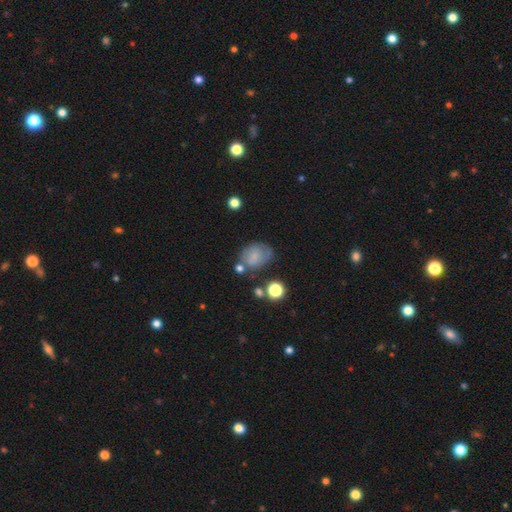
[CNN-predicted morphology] smooth_or_featured: smooth (p=0.66) [alt: featured or disk p=0.23]
how_rounded: in between (p=0.62) [alt: round p=0.37]
merging: none (p=0.53) [alt: minor disturbance p=0.27]